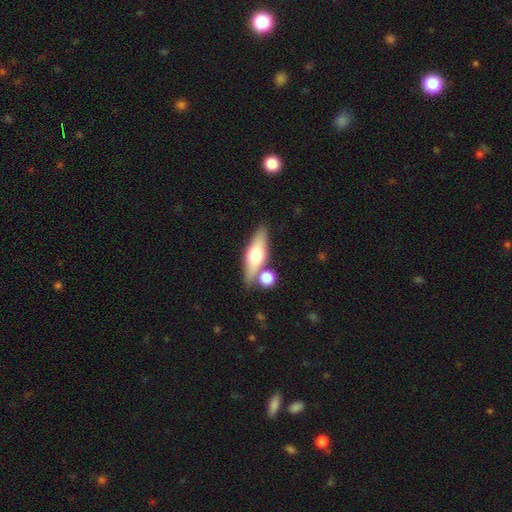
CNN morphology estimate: Q: Smooth or featured?
A: smooth (49%); runner-up: featured or disk (45%)
Q: Merging?
A: none (68%); runner-up: merger (17%)